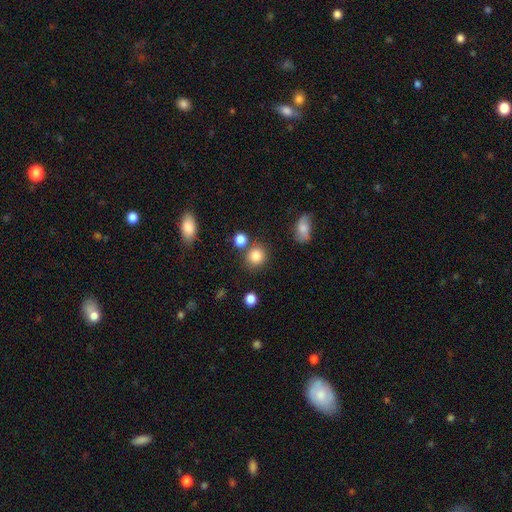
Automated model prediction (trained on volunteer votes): Smooth or featured? Predicted: smooth (p=0.84). How rounded? Predicted: round (p=0.85). Merging? Predicted: none (p=0.78).